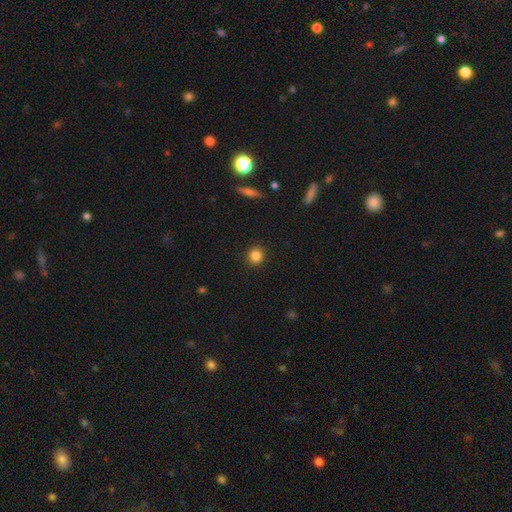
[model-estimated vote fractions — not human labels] A smooth galaxy with no disk features (84%) that is round (92%).

Vote fractions:
- Smooth or featured? smooth: 84% / star or artifact: 11% / featured or disk: 5%
- How rounded? round: 92% / in between: 7% / cigar-shaped: 1%
- Merging? none: 92% / minor disturbance: 5% / major disturbance: 2% / merger: 1%